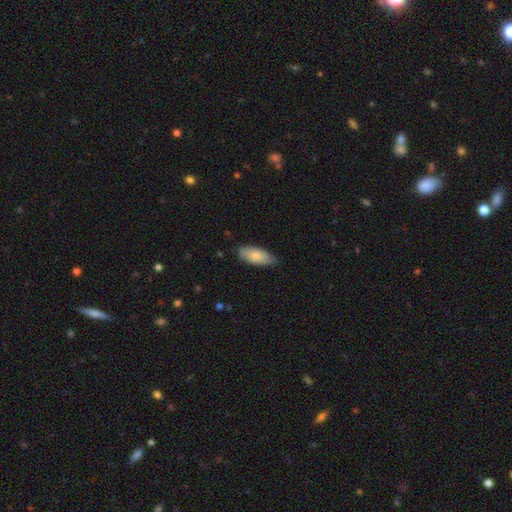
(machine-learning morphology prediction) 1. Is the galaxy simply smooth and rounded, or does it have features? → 82% smooth, 13% featured or disk, 5% star or artifact.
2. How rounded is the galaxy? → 83% in between, 15% cigar-shaped, 2% round.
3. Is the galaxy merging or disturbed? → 76% none, 20% minor disturbance, 3% major disturbance, 1% merger.